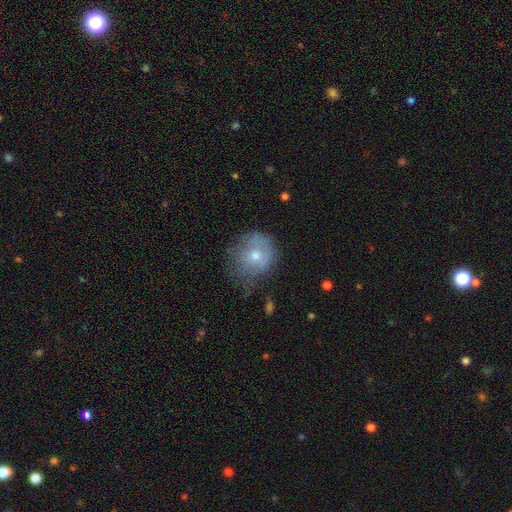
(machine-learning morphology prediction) smooth 59%, featured or disk 31%, star or artifact 10%. Down the decision tree: how rounded — round (79%); merging — none (52%).